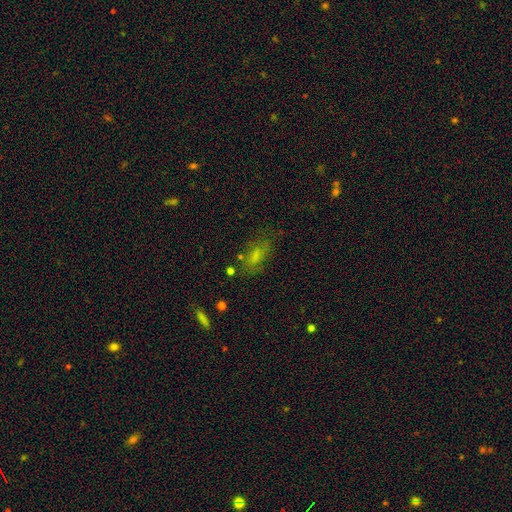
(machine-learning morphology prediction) Overall: smooth (53%; star or artifact 24%). How rounded: in between (75%). Merging: none (68%).